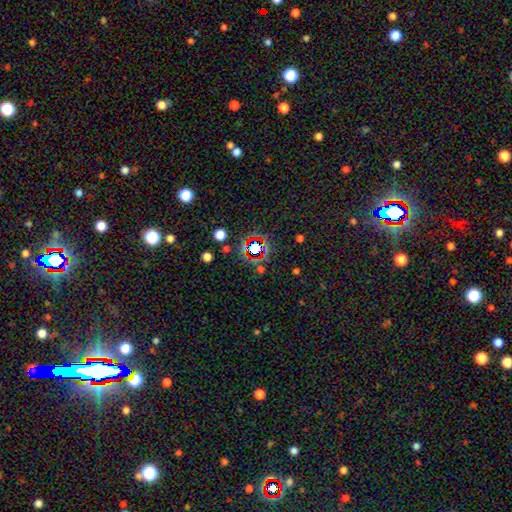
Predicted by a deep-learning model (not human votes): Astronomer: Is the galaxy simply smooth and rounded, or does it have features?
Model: star or artifact — 77%.